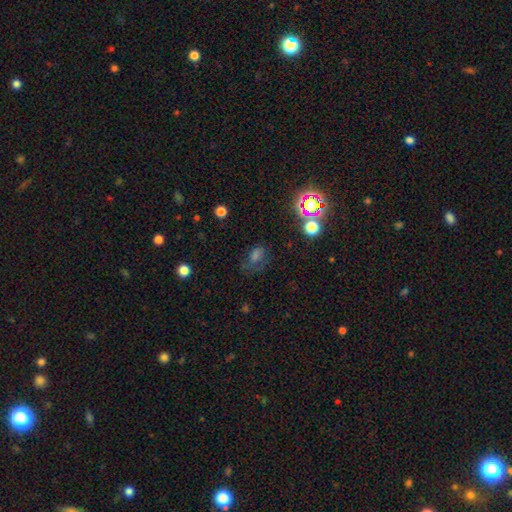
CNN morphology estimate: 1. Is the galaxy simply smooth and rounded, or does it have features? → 48% smooth, 34% star or artifact, 18% featured or disk.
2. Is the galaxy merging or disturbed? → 55% none, 24% minor disturbance, 18% major disturbance, 4% merger.